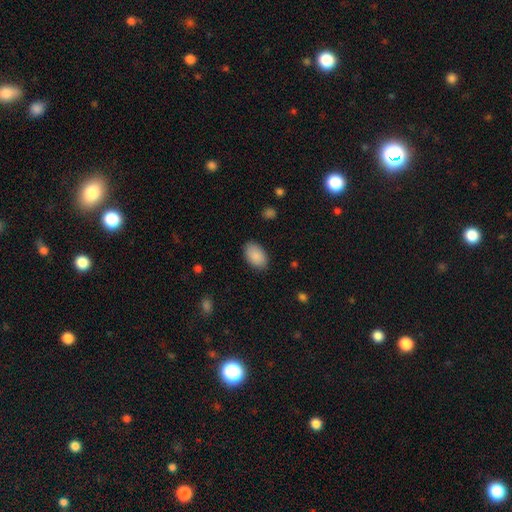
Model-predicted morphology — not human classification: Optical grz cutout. It shows a smooth galaxy with no disk features (89%) that is in between round and cigar-shaped (92%). Merging: none (86%).